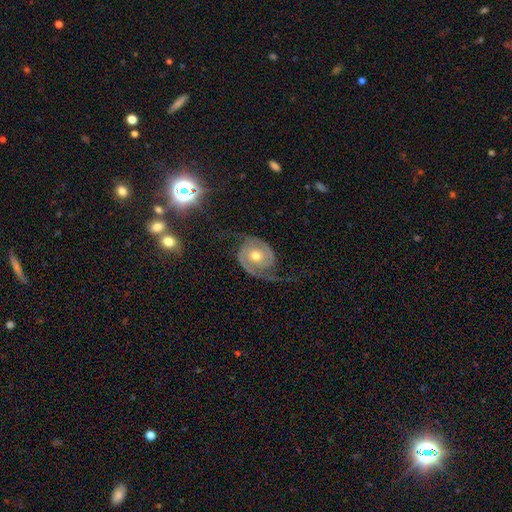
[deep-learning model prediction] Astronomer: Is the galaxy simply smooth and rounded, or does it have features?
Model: featured or disk — 88%.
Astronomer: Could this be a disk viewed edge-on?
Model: no — 97%.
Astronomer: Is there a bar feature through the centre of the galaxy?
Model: no — 71%.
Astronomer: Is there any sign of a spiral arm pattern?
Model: yes — 97%.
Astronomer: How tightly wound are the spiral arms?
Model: medium — 45% (runner-up: loose, 30%).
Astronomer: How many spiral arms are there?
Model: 2 — 91%.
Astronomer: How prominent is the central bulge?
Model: moderate — 75%.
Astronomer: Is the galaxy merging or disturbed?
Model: none — 66%.